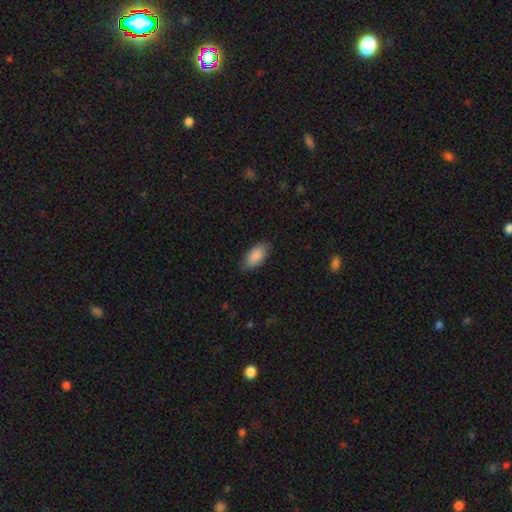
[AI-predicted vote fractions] Morphology: type=smooth (88%); roundness=in between (92%); merging=none (83%).